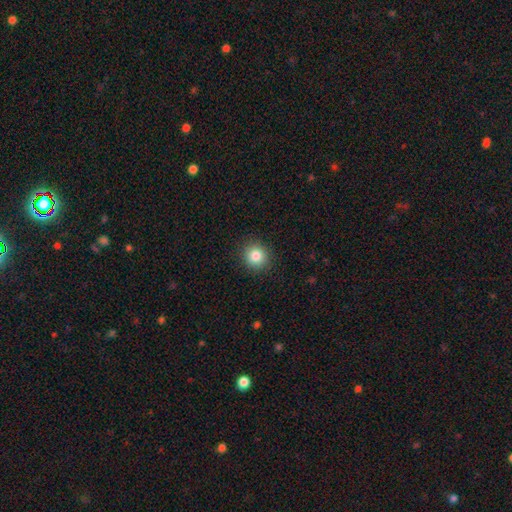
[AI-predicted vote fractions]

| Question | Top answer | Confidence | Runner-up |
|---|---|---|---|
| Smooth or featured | smooth | 84% | star or artifact (10%) |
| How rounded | round | 89% | in between (10%) |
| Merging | none | 91% | minor disturbance (6%) |